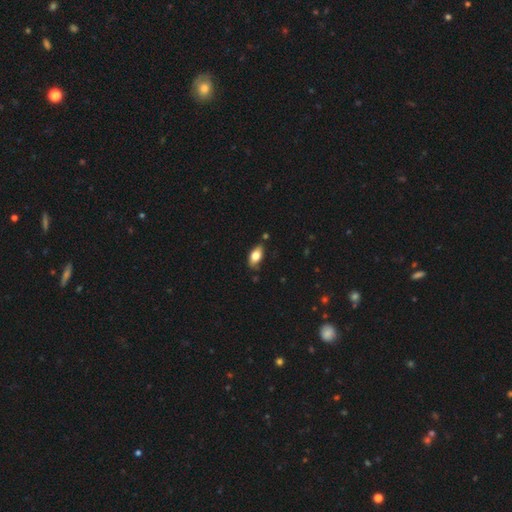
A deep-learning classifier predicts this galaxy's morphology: This is likely a smooth galaxy (77%). How rounded: clearly in between (89%). Merging: likely none (78%).